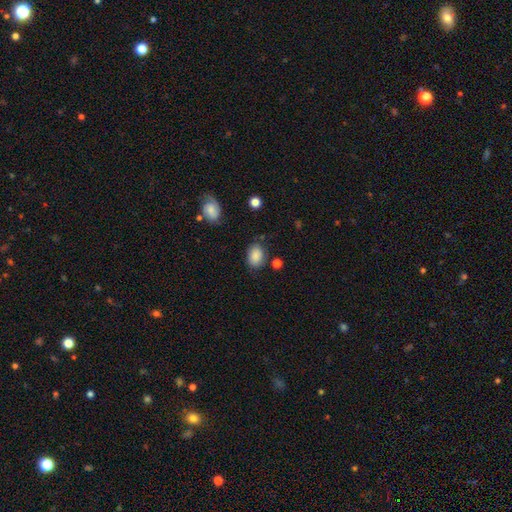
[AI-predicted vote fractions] The model was most divided on "how rounded": in between: 75%, round: 24%, cigar-shaped: 1%. More confident: smooth or featured — smooth (87%); merging — none (77%).